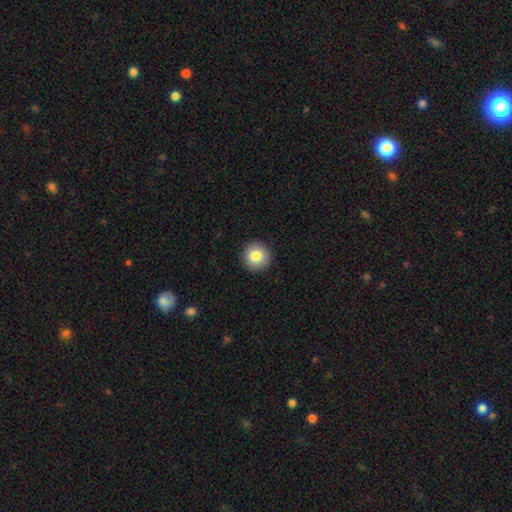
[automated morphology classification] This is clearly a smooth galaxy (84%). How rounded: clearly round (95%). Merging: clearly none (92%).